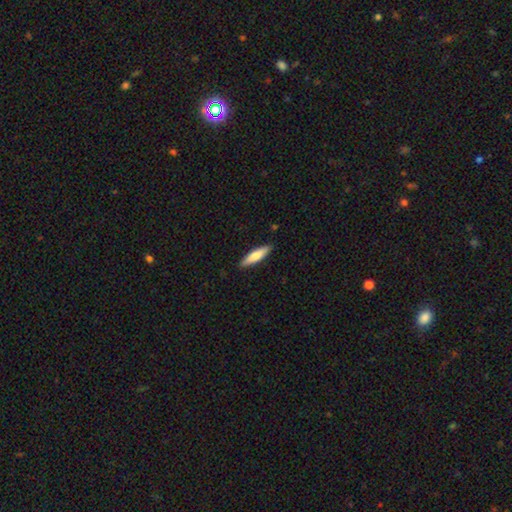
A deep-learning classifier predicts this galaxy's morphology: smooth 72%, featured or disk 23%, star or artifact 5%. Down the decision tree: how rounded — cigar-shaped (71%); merging — none (88%).